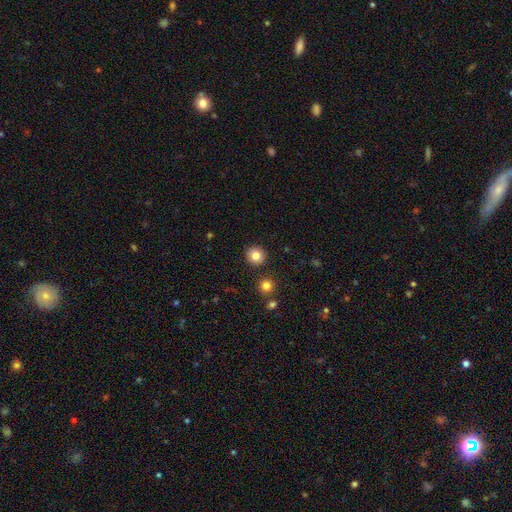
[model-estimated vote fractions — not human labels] This is clearly a smooth galaxy (82%). How rounded: clearly round (93%). Merging: clearly none (90%).